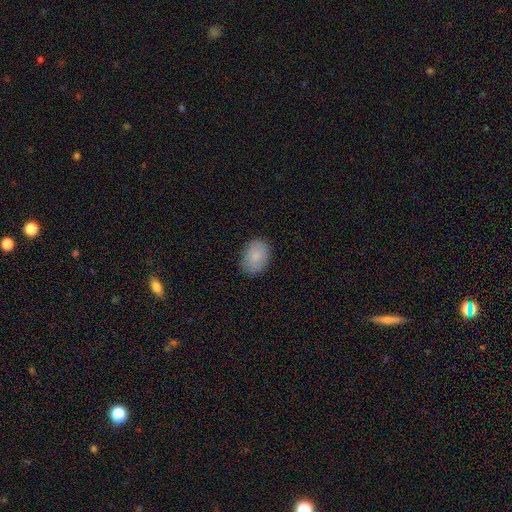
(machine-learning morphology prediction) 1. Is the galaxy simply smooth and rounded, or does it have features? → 86% smooth, 7% featured or disk, 7% star or artifact.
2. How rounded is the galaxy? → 71% in between, 28% round, 1% cigar-shaped.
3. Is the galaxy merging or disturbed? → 87% none, 10% minor disturbance, 2% major disturbance, 1% merger.